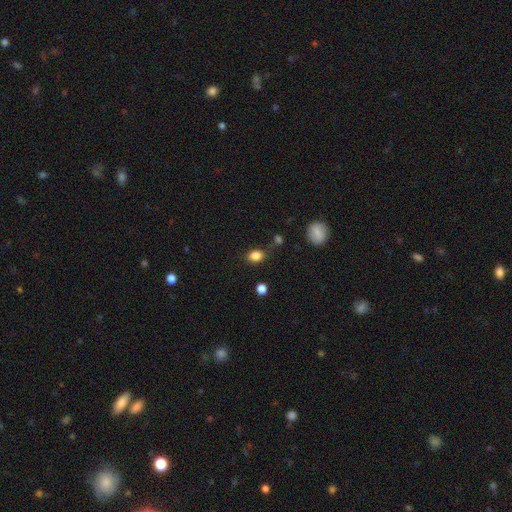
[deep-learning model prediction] Q: Smooth or featured?
A: smooth (84%); runner-up: star or artifact (11%)
Q: How rounded?
A: in between (62%); runner-up: round (36%)
Q: Merging?
A: none (74%); runner-up: minor disturbance (16%)